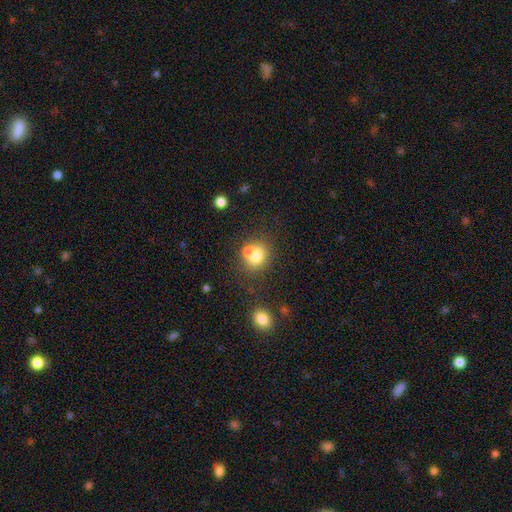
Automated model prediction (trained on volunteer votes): Smooth or featured? smooth (73%)
How rounded? round (73%)
Merging? none (48%)